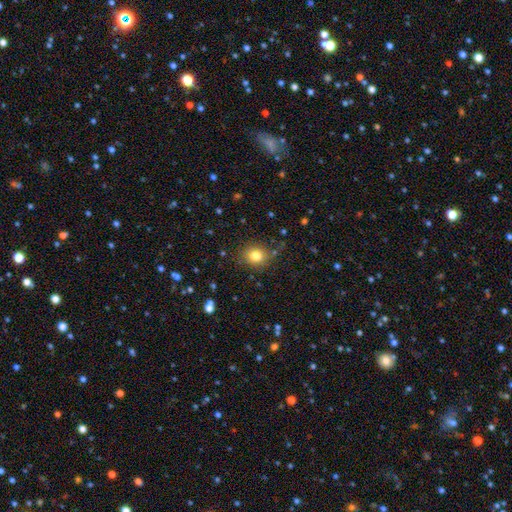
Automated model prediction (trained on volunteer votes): smooth 81%, star or artifact 12%, featured or disk 7%. Down the decision tree: how rounded — round (74%); merging — none (83%).